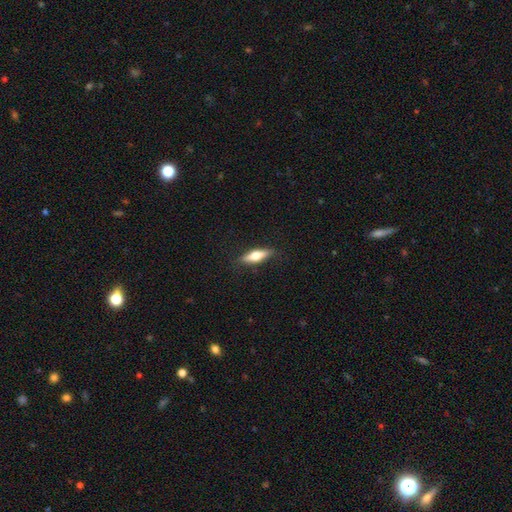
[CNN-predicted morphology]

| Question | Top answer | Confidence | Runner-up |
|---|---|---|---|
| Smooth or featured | smooth | 52% | featured or disk (42%) |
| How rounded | cigar-shaped | 59% | in between (38%) |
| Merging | none | 86% | minor disturbance (11%) |